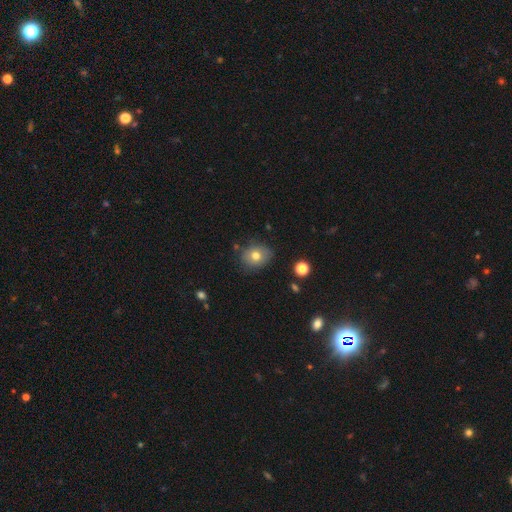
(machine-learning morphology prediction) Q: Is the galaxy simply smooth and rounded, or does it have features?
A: smooth — 74%.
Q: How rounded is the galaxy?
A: round — 61%.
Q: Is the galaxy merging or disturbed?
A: none — 79%.